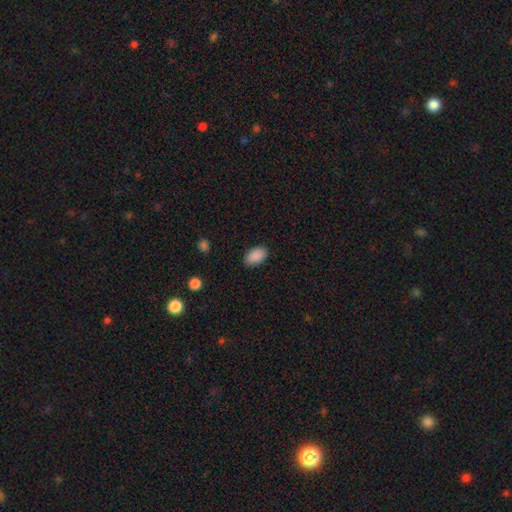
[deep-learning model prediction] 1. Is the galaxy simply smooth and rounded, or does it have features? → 90% smooth, 8% star or artifact, 3% featured or disk.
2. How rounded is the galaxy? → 93% in between, 6% round, 1% cigar-shaped.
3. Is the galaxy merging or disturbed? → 88% none, 9% minor disturbance, 2% major disturbance, 1% merger.